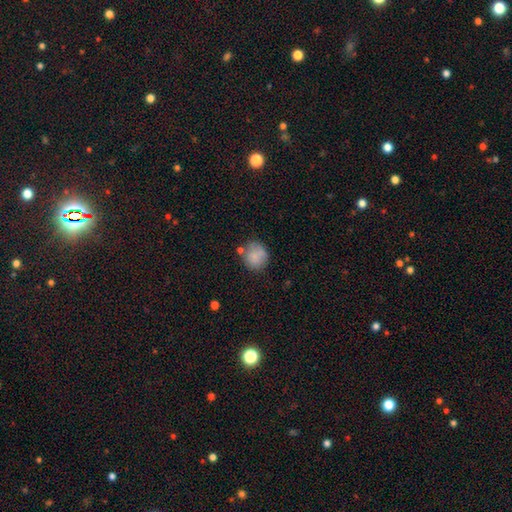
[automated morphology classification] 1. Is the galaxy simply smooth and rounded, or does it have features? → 81% smooth, 10% featured or disk, 8% star or artifact.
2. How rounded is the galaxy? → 82% round, 17% in between, 1% cigar-shaped.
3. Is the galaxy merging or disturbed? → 65% none, 19% minor disturbance, 10% merger, 6% major disturbance.